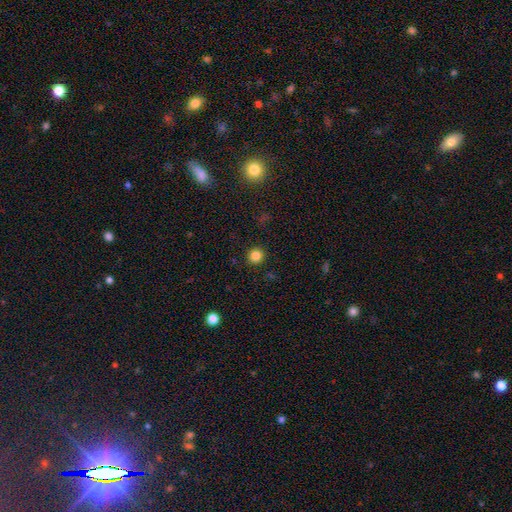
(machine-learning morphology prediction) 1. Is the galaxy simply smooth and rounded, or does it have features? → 83% smooth, 13% star or artifact, 4% featured or disk.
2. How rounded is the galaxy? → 94% round, 5% in between, 1% cigar-shaped.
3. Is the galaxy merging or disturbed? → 92% none, 5% minor disturbance, 2% major disturbance, 1% merger.